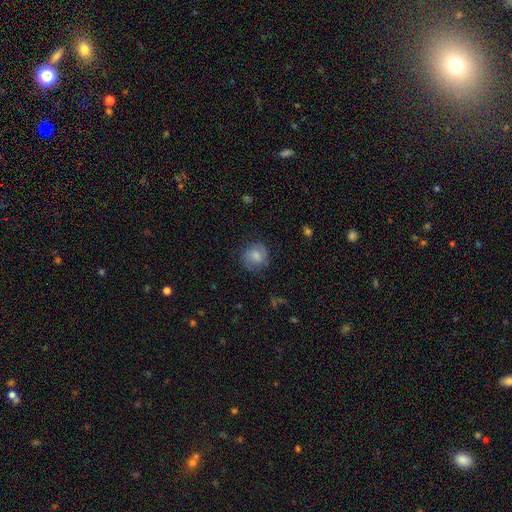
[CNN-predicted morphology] type=smooth (76%); roundness=round (83%); merging=none (77%).